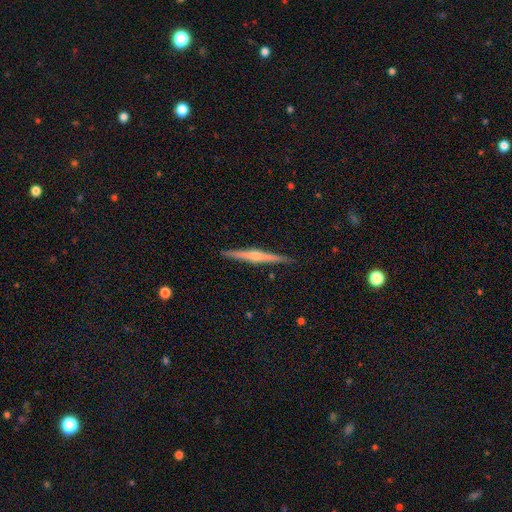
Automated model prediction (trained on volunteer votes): Overall: featured or disk (76%). Edge-on disk: yes (98%). Edge-on bulge: rounded (77%). Merging: none (91%).